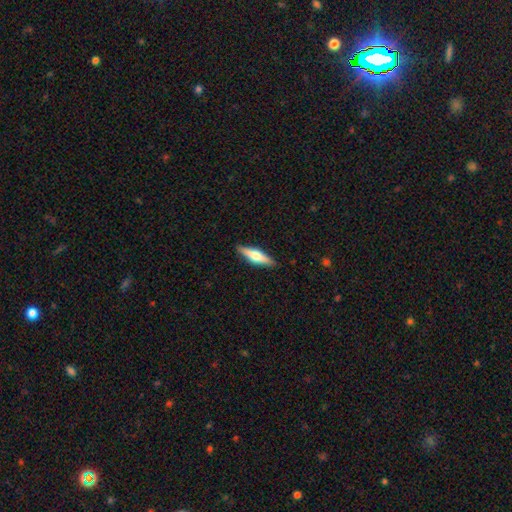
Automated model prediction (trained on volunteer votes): Overall: featured or disk (52%; smooth 43%). Edge-on disk: yes (95%). Merging: none (89%).